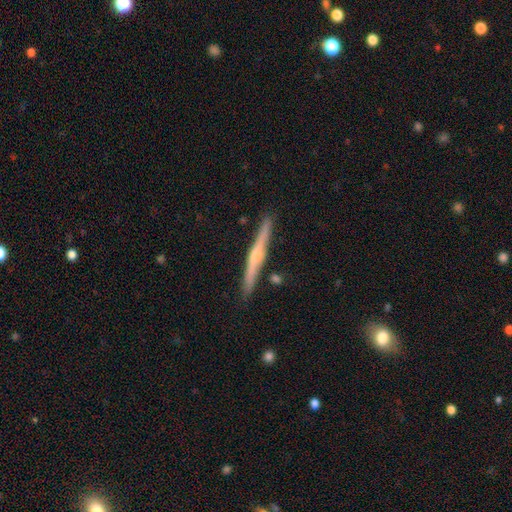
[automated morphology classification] A featured or disk galaxy (65%) viewed edge-on (97%) with a rounded central bulge (67%).

Vote fractions:
- Smooth or featured? featured or disk: 65% / smooth: 30% / star or artifact: 6%
- Edge-on disk? yes: 97% / no: 3%
- Edge-on bulge? rounded: 67% / none: 25% / boxy: 8%
- Merging? none: 88% / minor disturbance: 9% / merger: 2% / major disturbance: 2%